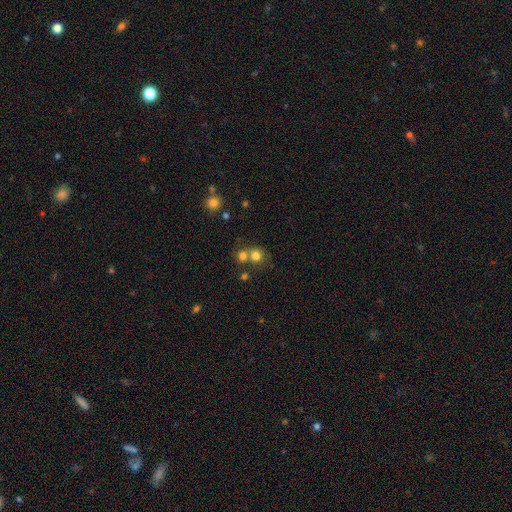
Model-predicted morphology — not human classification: A smooth galaxy with no disk features (76%) that is round (86%). Merging: none (48%).